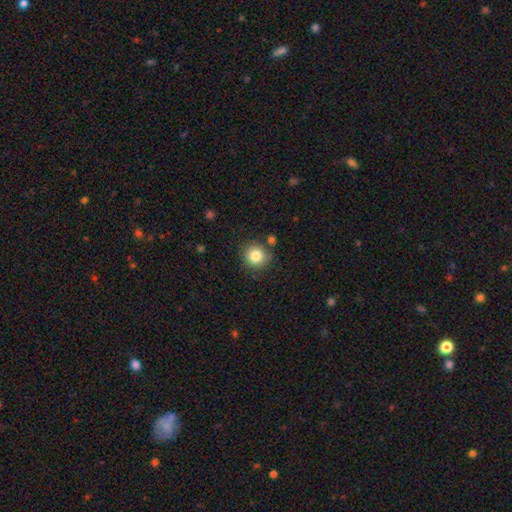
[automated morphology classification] Smooth or featured? smooth (83%)
How rounded? round (92%)
Merging? none (81%)